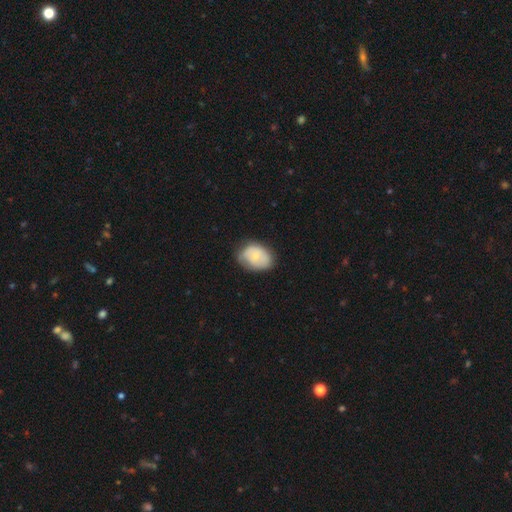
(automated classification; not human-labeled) A smooth galaxy with no disk features (67%) that is in between round and cigar-shaped (72%). Merging: none (60%).